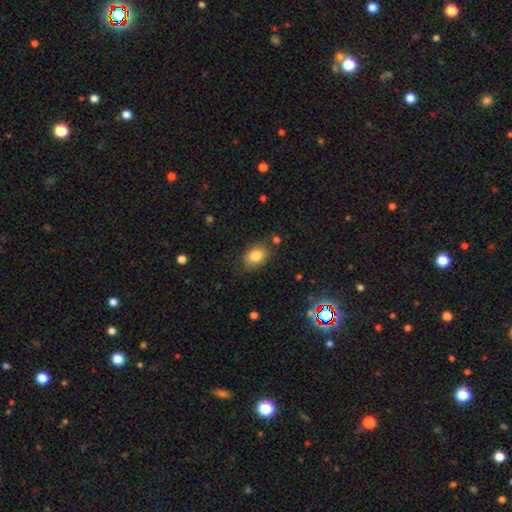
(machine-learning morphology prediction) Overall: smooth (82%). How rounded: in between (79%). Merging: none (77%).